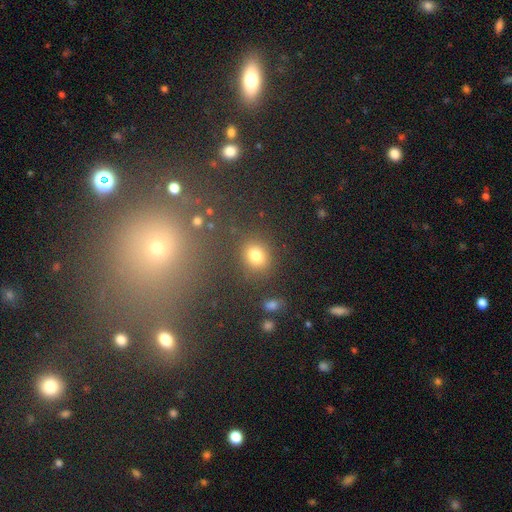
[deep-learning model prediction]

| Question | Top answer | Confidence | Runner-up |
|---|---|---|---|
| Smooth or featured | smooth | 77% | star or artifact (16%) |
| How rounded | round | 67% | in between (31%) |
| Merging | none | 81% | minor disturbance (10%) |